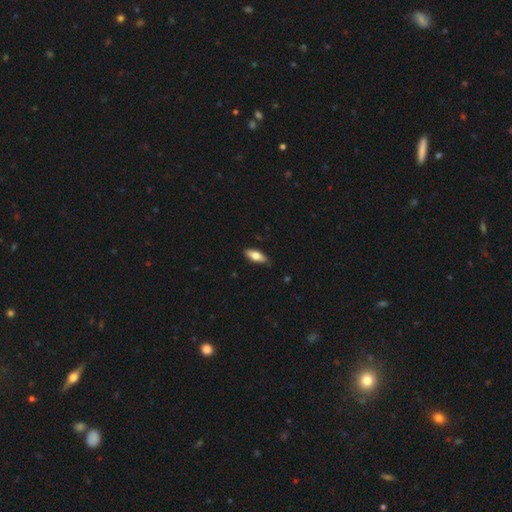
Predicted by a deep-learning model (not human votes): This appears to be a smooth galaxy with no disk features (70%) that is in between round and cigar-shaped (73%). Merging: none (85%).